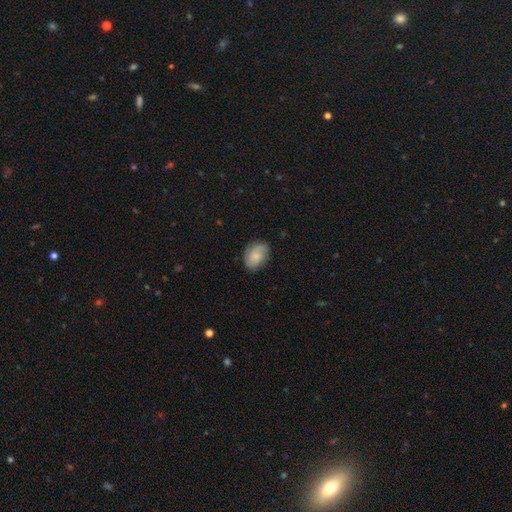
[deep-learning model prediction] This is possibly a smooth galaxy (54%). How rounded: likely in between (72%). Merging: likely none (77%).